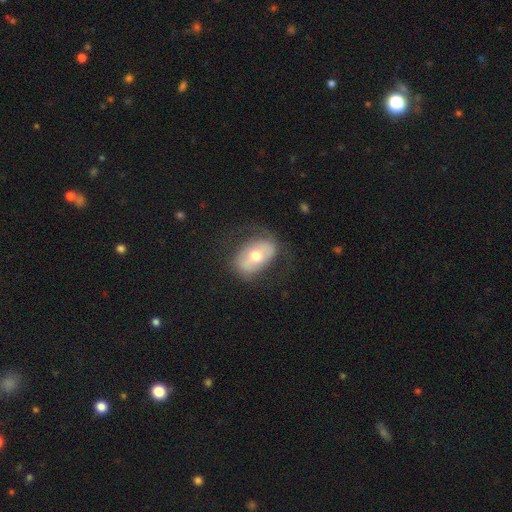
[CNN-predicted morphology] The model was most divided on "smooth or featured": featured or disk: 50%, smooth: 44%, star or artifact: 7%. More confident: merging — none (67%).